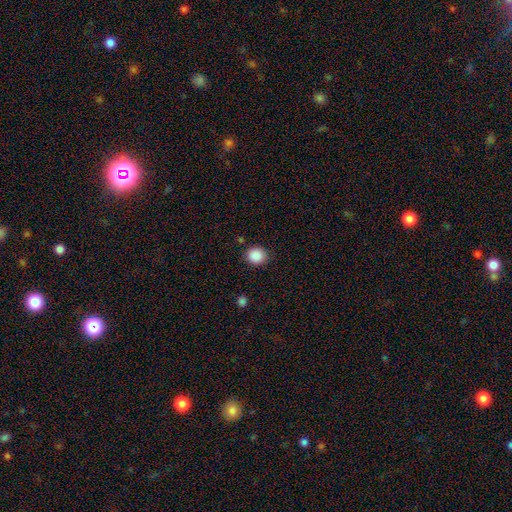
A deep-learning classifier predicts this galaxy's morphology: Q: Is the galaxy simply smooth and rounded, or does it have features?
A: smooth — 88%.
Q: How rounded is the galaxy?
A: round — 81%.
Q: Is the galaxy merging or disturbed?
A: none — 87%.